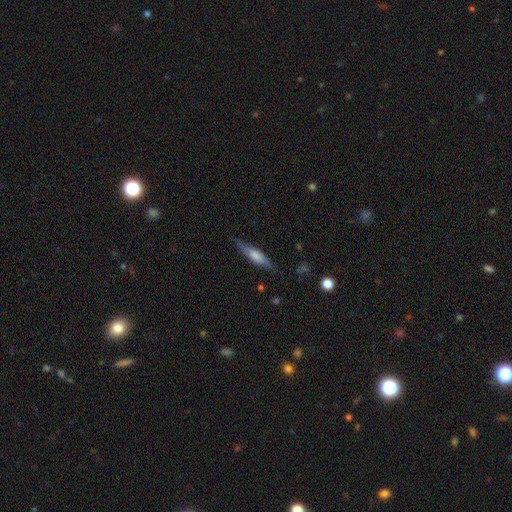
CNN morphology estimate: Smooth or featured? smooth (58%)
How rounded? cigar-shaped (74%)
Merging? none (77%)